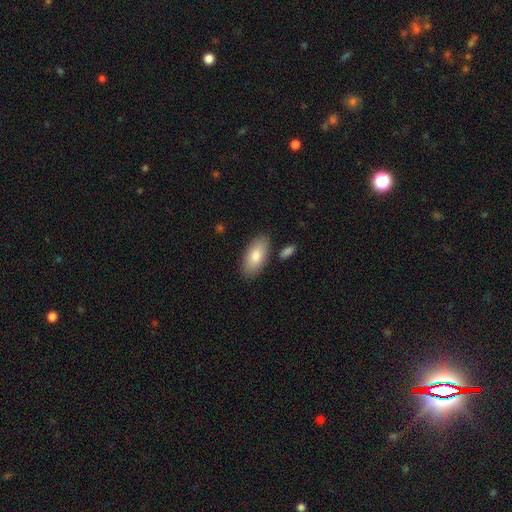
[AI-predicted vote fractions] smooth 82%, featured or disk 12%, star or artifact 6%. Down the decision tree: how rounded — in between (90%); merging — none (83%).